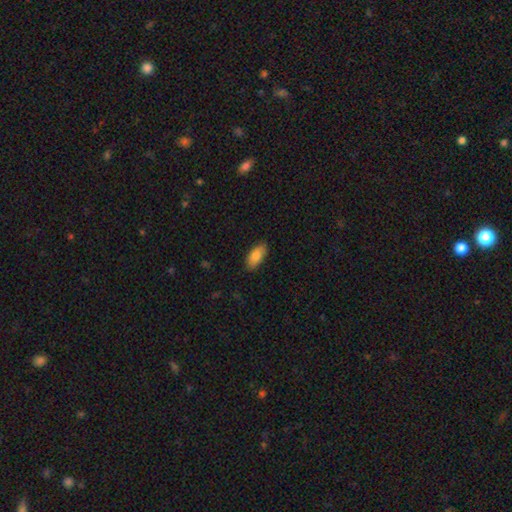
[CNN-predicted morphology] This appears to be a smooth galaxy with no disk features (83%) that is in between round and cigar-shaped (90%). Merging: none (83%).